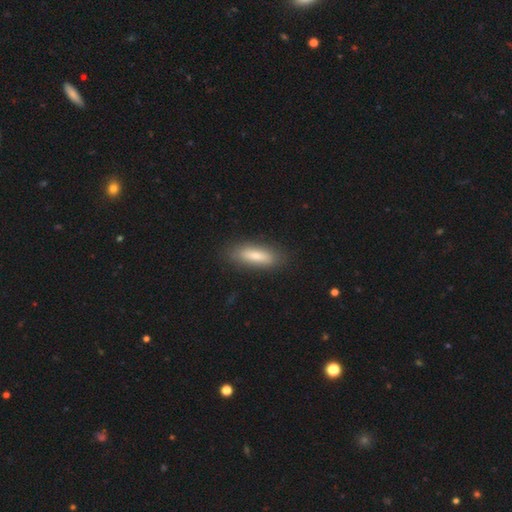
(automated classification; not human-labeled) This is likely a smooth galaxy (75%). How rounded: possibly in between (57%). Merging: clearly none (83%).